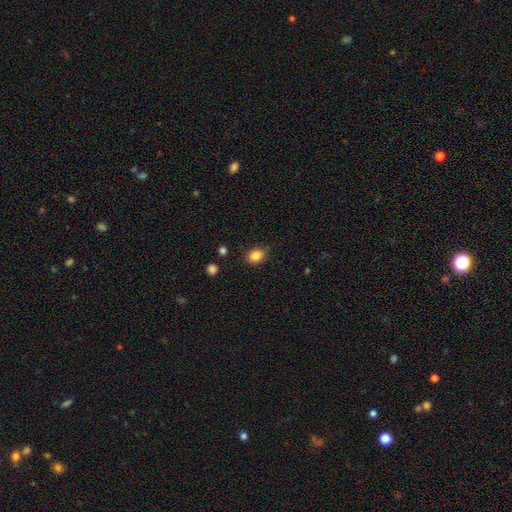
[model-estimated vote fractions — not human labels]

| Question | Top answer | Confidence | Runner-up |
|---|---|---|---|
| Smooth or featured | smooth | 85% | star or artifact (10%) |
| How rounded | in between | 57% | round (42%) |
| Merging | none | 83% | minor disturbance (12%) |